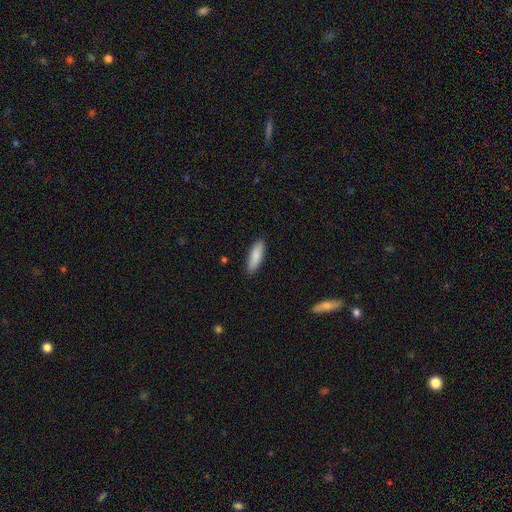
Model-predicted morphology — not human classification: A smooth galaxy with no disk features (86%) that is in between round and cigar-shaped (53%). Merging: none (88%).